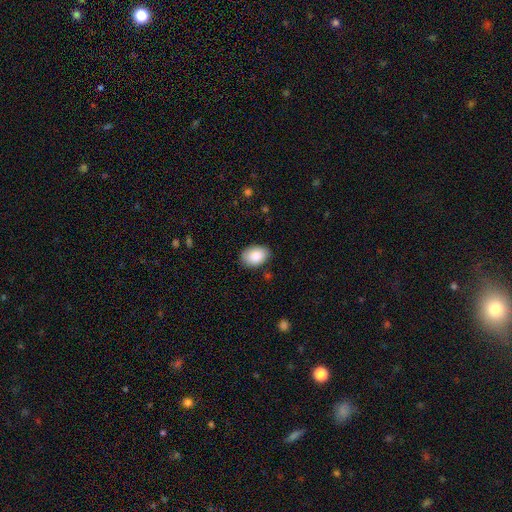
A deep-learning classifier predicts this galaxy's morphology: Smooth or featured? smooth (87%)
How rounded? in between (84%)
Merging? none (82%)